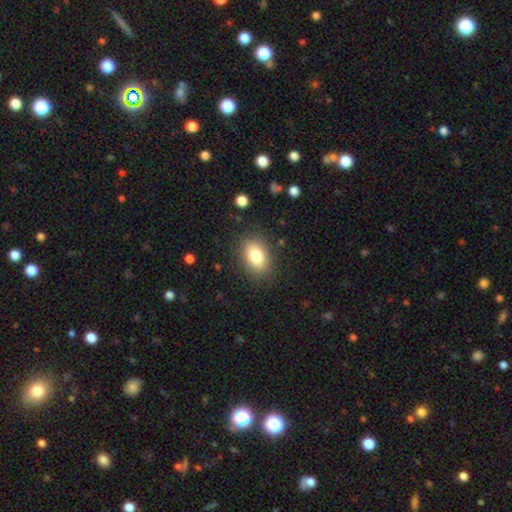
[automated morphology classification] Q: Smooth or featured?
A: smooth (82%); runner-up: featured or disk (10%)
Q: How rounded?
A: in between (82%); runner-up: round (16%)
Q: Merging?
A: none (85%); runner-up: minor disturbance (10%)